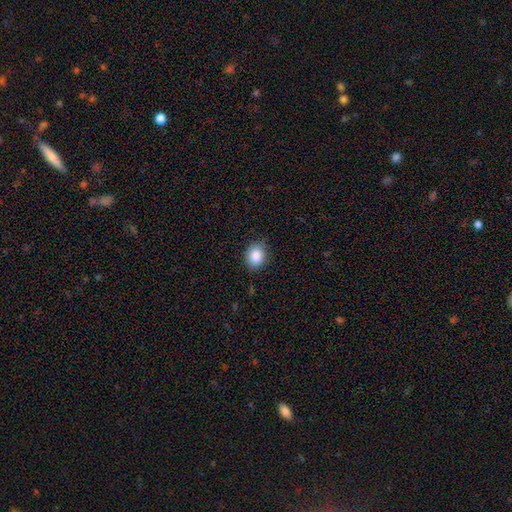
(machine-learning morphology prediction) This is clearly a smooth galaxy (87%). How rounded: possibly round (52%). Merging: likely none (80%).